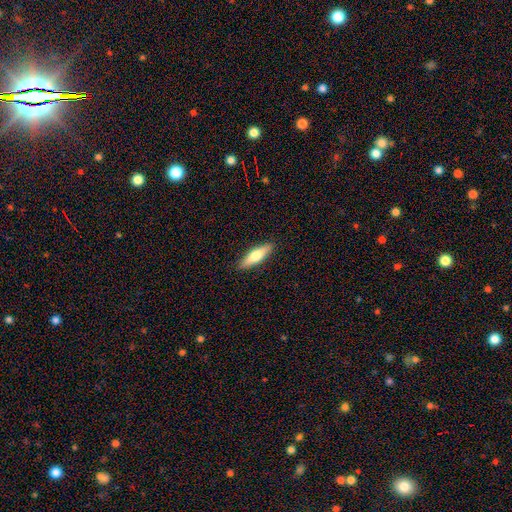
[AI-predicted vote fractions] smooth-or-featured: smooth: 62% | featured or disk: 33% | star or artifact: 6%
  how-rounded: cigar-shaped: 64% | in between: 35% | round: 2%
  merging: none: 89% | minor disturbance: 8% | major disturbance: 2% | merger: 1%